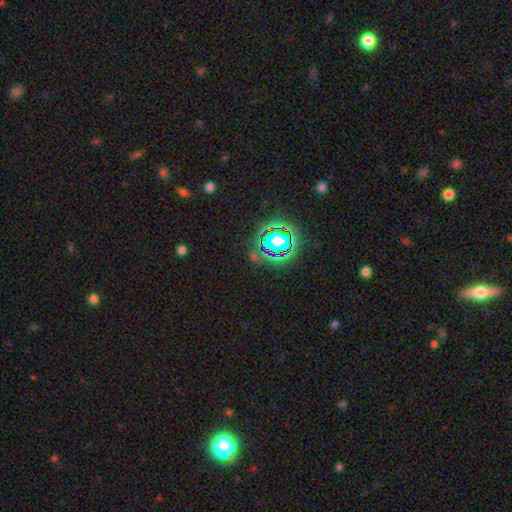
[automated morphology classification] star or artifact 72%, smooth 19%, featured or disk 10%.